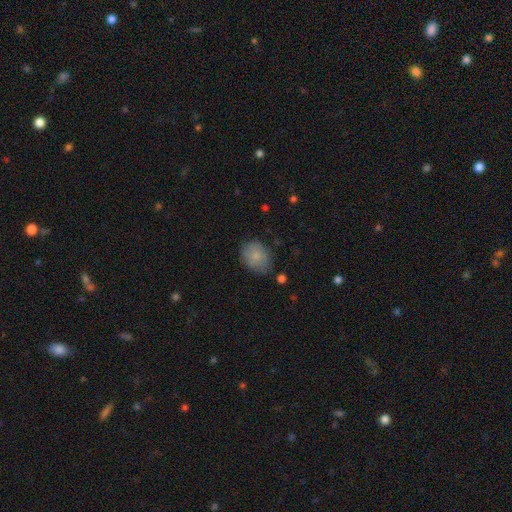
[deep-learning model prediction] Smooth or featured?
  - smooth: 81% *
  - featured or disk: 11%
  - star or artifact: 8%
How rounded?
  - round: 53% *
  - in between: 46%
  - cigar-shaped: 1%
Merging?
  - none: 72% *
  - minor disturbance: 20%
  - major disturbance: 5%
  - merger: 2%